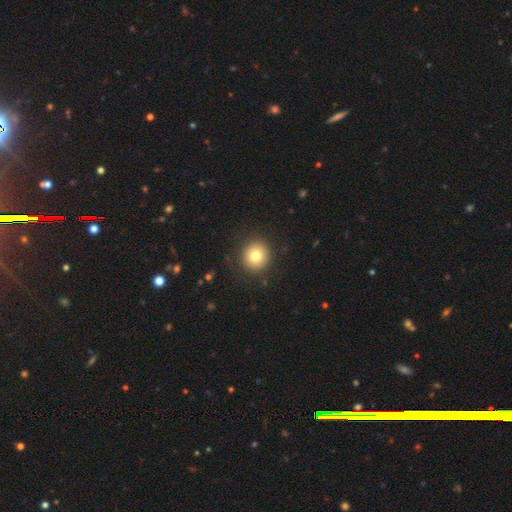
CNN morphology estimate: type=smooth (80%); roundness=round (91%); merging=none (90%).